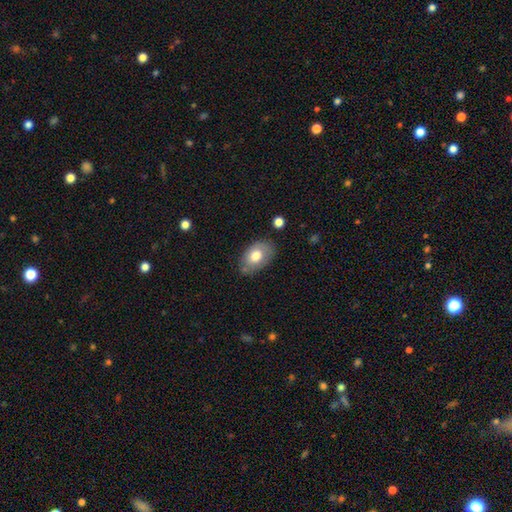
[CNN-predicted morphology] Smooth or featured? smooth (74%)
How rounded? in between (88%)
Merging? none (71%)